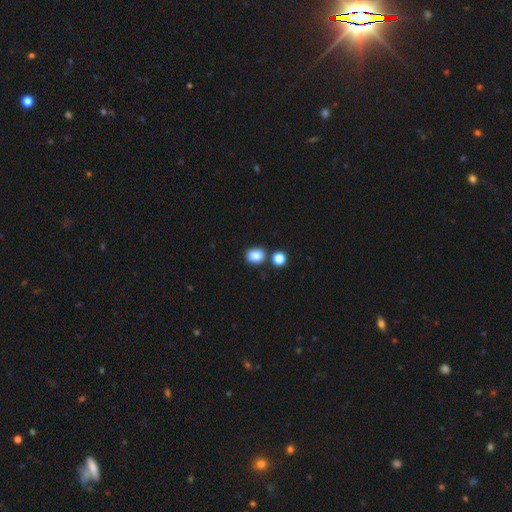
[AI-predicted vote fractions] smooth-or-featured: smooth: 84% | star or artifact: 11% | featured or disk: 5%
  how-rounded: round: 55% | in between: 44% | cigar-shaped: 1%
  merging: none: 74% | merger: 12% | minor disturbance: 11% | major disturbance: 3%